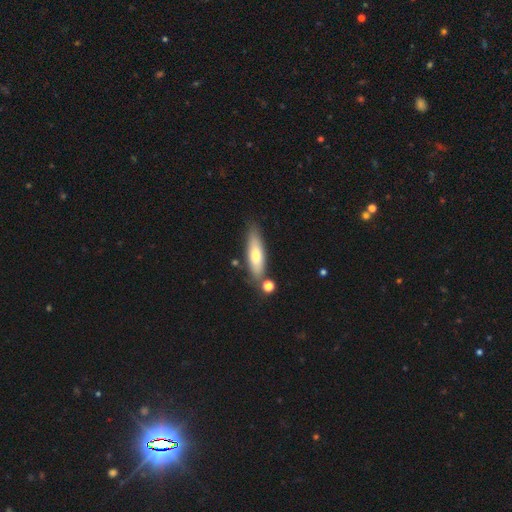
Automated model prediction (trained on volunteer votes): Overall: smooth (65%; featured or disk 29%). How rounded: cigar-shaped (61%; in between 37%). Merging: none (74%).